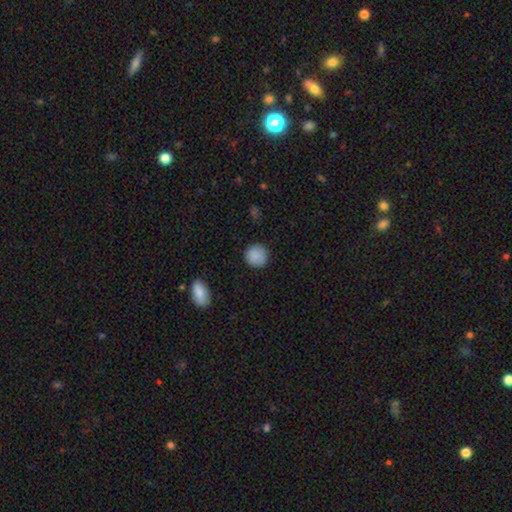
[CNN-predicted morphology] Smooth or featured? smooth (88%)
How rounded? round (92%)
Merging? none (89%)